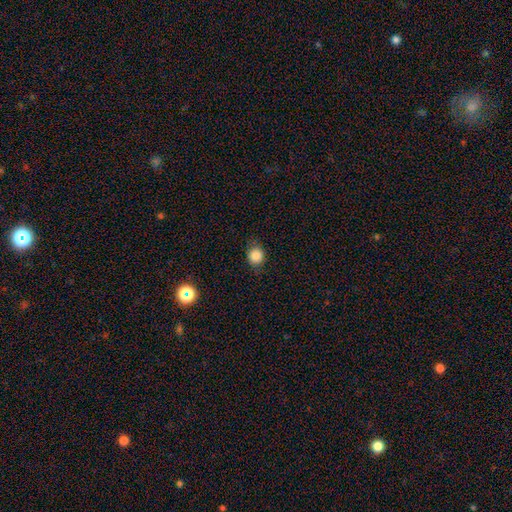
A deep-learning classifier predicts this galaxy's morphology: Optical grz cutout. It shows a smooth galaxy with no disk features (85%) that is round (82%). Merging: none (82%).